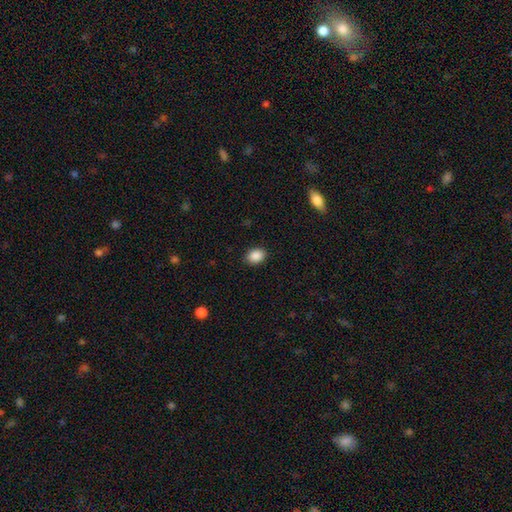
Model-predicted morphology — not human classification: smooth-or-featured: smooth: 89% | star or artifact: 8% | featured or disk: 3%
  how-rounded: in between: 66% | round: 33% | cigar-shaped: 1%
  merging: none: 89% | minor disturbance: 7% | major disturbance: 2% | merger: 1%